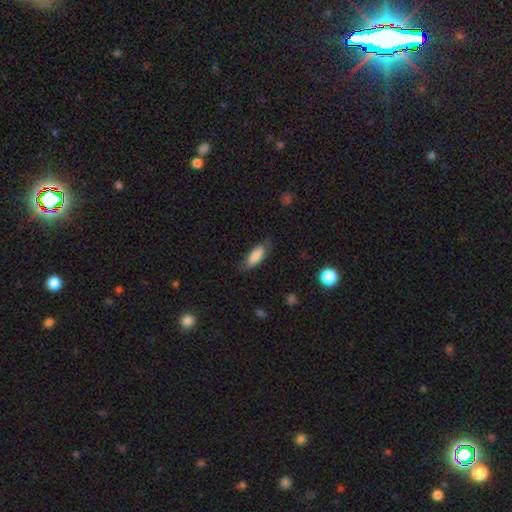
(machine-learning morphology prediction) Smooth or featured?
  - smooth: 80% *
  - featured or disk: 13%
  - star or artifact: 6%
How rounded?
  - in between: 71% *
  - cigar-shaped: 27%
  - round: 2%
Merging?
  - none: 71% *
  - minor disturbance: 22%
  - major disturbance: 6%
  - merger: 1%